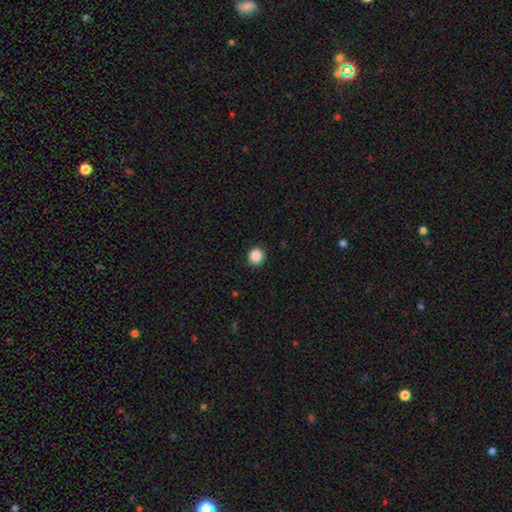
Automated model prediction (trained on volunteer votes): Overall: smooth (87%). How rounded: round (94%). Merging: none (92%).